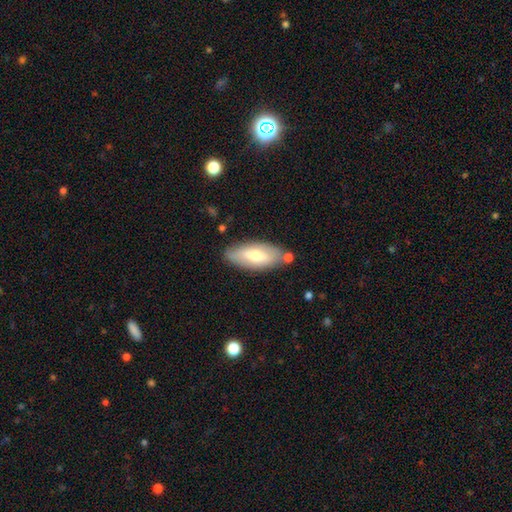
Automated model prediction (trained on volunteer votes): A smooth galaxy with no disk features (60%) that is in between round and cigar-shaped (79%). Merging: none (79%).